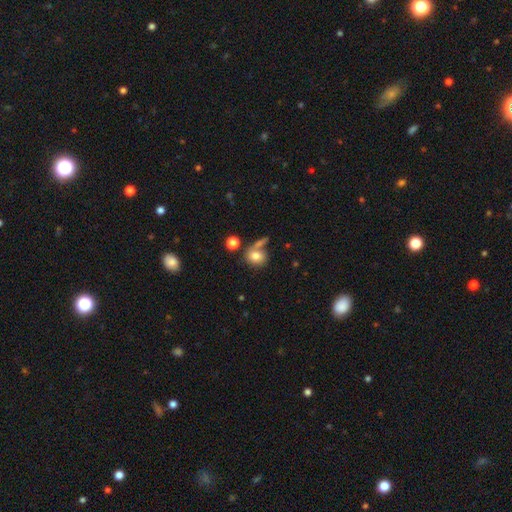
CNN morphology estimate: Overall: smooth (77%). How rounded: round (67%; in between 31%). Merging: none (51%; merger 27%).